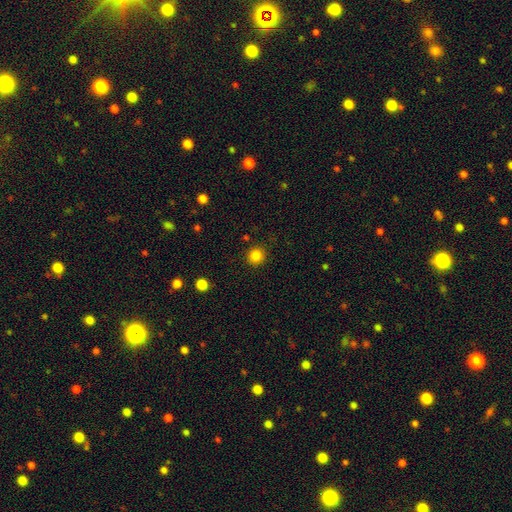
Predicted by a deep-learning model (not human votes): Overall: smooth (84%). How rounded: round (93%). Merging: none (90%).